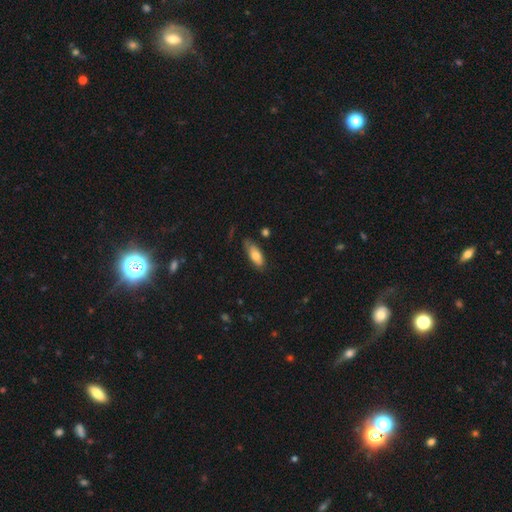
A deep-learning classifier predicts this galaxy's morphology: This appears to be a smooth galaxy with no disk features (70%) that is in between round and cigar-shaped (77%). Merging: none (61%).